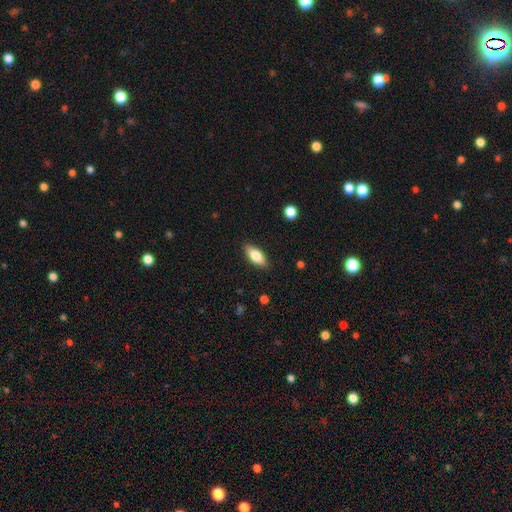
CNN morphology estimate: smooth-or-featured: smooth: 74% | featured or disk: 20% | star or artifact: 6%
  how-rounded: in between: 78% | cigar-shaped: 19% | round: 3%
  merging: none: 87% | minor disturbance: 10% | major disturbance: 2% | merger: 1%